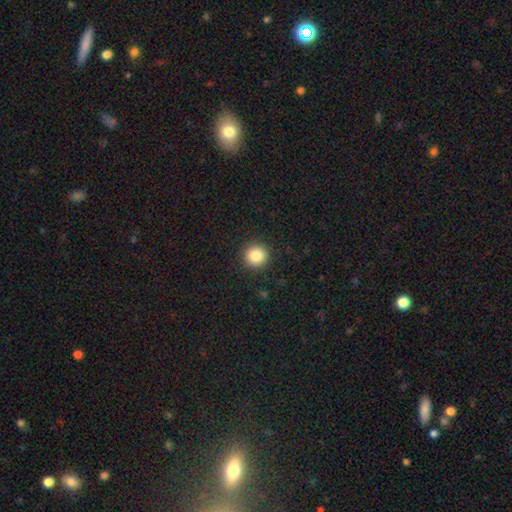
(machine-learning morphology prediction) Smooth or featured? Predicted: smooth (p=0.85). How rounded? Predicted: round (p=0.94). Merging? Predicted: none (p=0.92).